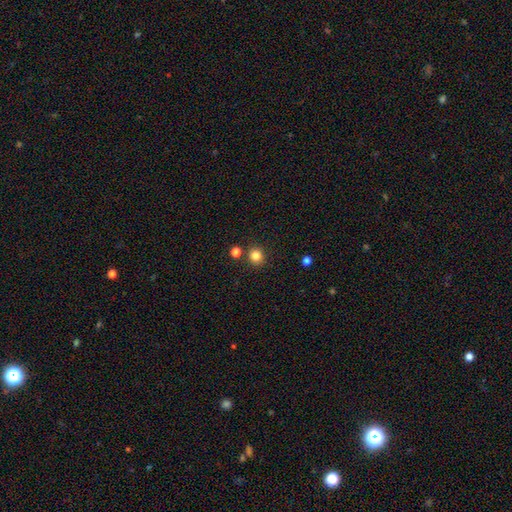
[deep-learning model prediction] A smooth galaxy with no disk features (82%) that is round (91%).

Vote fractions:
- Smooth or featured? smooth: 82% / star or artifact: 13% / featured or disk: 5%
- How rounded? round: 91% / in between: 9% / cigar-shaped: 1%
- Merging? none: 85% / minor disturbance: 7% / merger: 6% / major disturbance: 2%